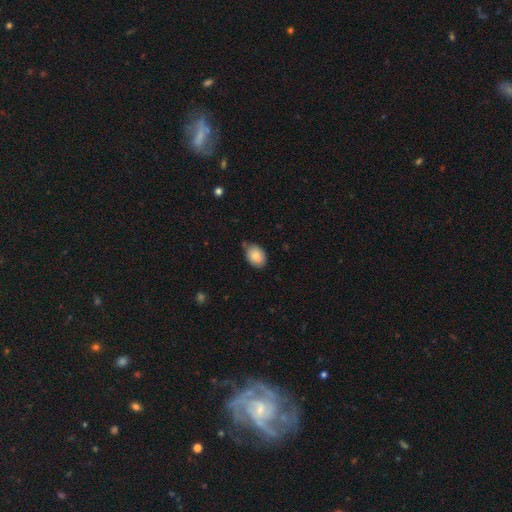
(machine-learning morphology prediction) A smooth galaxy with no disk features (82%) that is in between round and cigar-shaped (73%).

Vote fractions:
- Smooth or featured? smooth: 82% / featured or disk: 11% / star or artifact: 8%
- How rounded? in between: 73% / round: 26% / cigar-shaped: 1%
- Merging? none: 66% / minor disturbance: 25% / merger: 5% / major disturbance: 4%